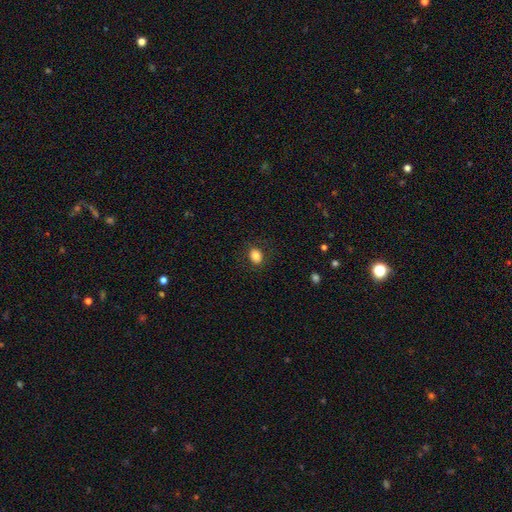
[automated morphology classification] smooth 83%, star or artifact 10%, featured or disk 7%. Down the decision tree: how rounded — in between (62%); merging — none (86%).